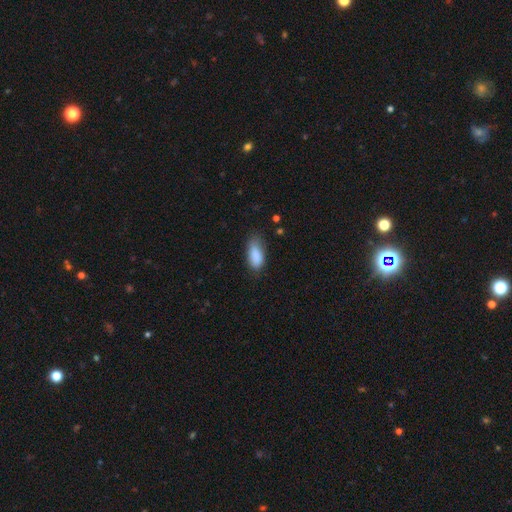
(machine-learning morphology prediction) Overall: smooth (87%). How rounded: in between (87%). Merging: none (64%; minor disturbance 27%).